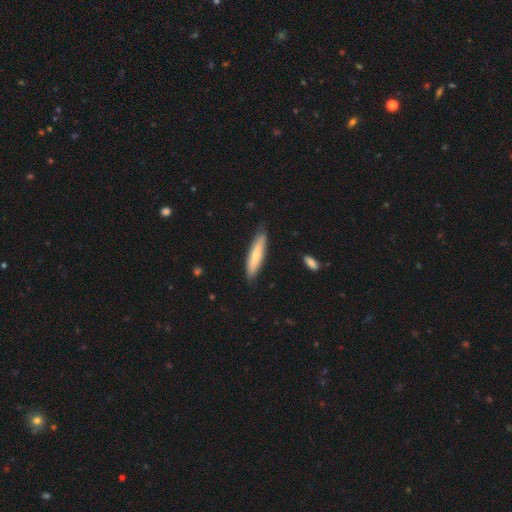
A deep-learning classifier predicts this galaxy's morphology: Smooth or featured? Predicted: smooth (p=0.67). How rounded? Predicted: cigar-shaped (p=0.83). Merging? Predicted: none (p=0.83).